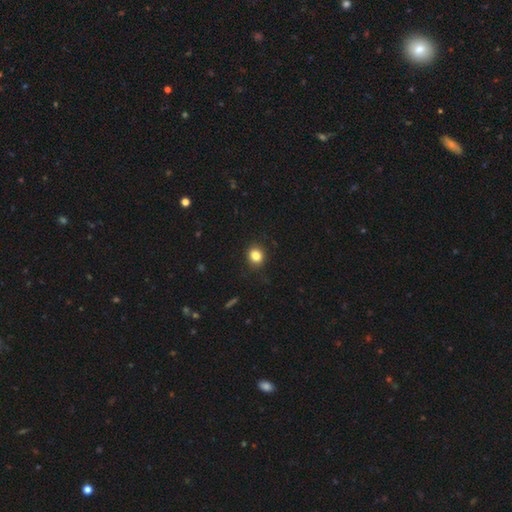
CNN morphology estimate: The model was most divided on "how rounded": round: 65%, in between: 34%, cigar-shaped: 1%. More confident: merging — none (87%); smooth or featured — smooth (84%).